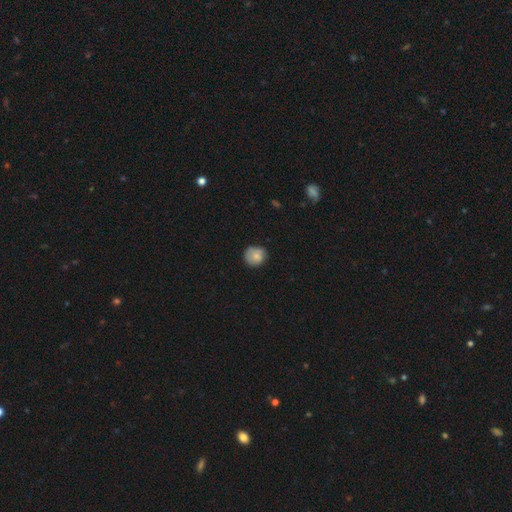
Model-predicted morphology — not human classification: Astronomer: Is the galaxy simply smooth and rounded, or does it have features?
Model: smooth — 77%.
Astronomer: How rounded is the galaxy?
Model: round — 81%.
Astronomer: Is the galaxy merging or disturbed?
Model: none — 65%.